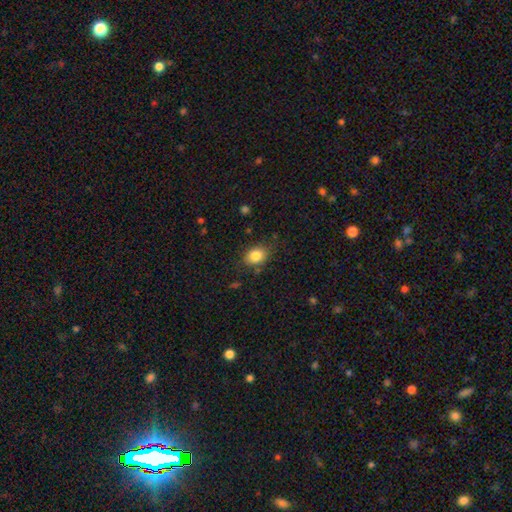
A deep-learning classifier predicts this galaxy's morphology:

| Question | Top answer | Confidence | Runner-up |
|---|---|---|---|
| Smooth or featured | smooth | 84% | star or artifact (9%) |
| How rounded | in between | 61% | round (38%) |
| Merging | none | 77% | minor disturbance (17%) |